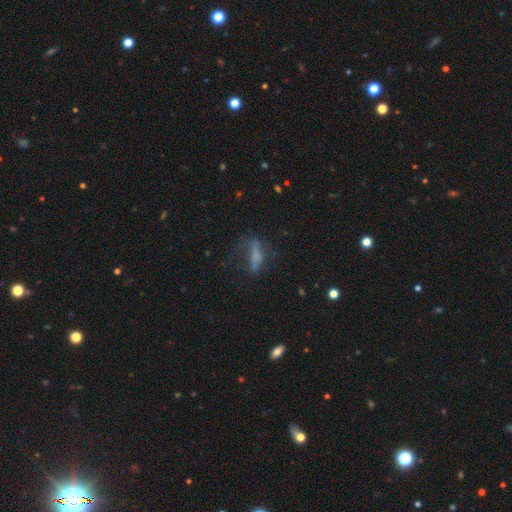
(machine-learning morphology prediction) Smooth or featured? smooth (46%)
Merging? none (39%)